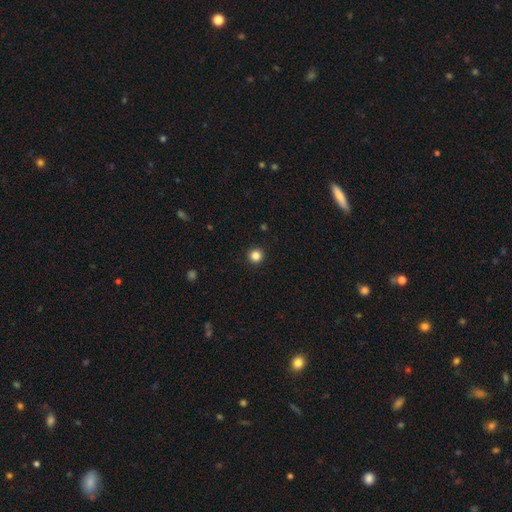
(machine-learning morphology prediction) Smooth or featured? Predicted: smooth (p=0.85). How rounded? Predicted: round (p=0.96). Merging? Predicted: none (p=0.94).